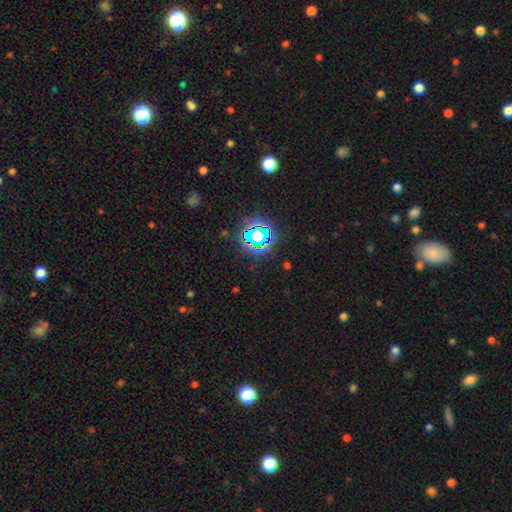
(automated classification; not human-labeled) Smooth or featured?
  - star or artifact: 79% *
  - smooth: 13%
  - featured or disk: 7%